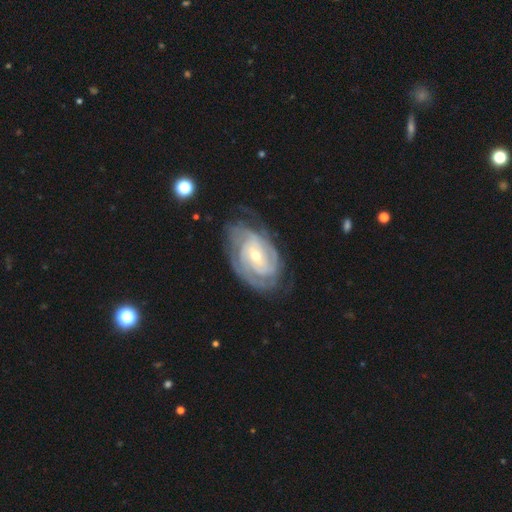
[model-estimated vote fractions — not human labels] Morphology: type=featured or disk (88%); edge-on=no (96%); bar=no (46%); spiral arms=yes (96%); winding=tight (71%); arm count=can't tell (31%); bulge=small (55%); merging=none (68%).